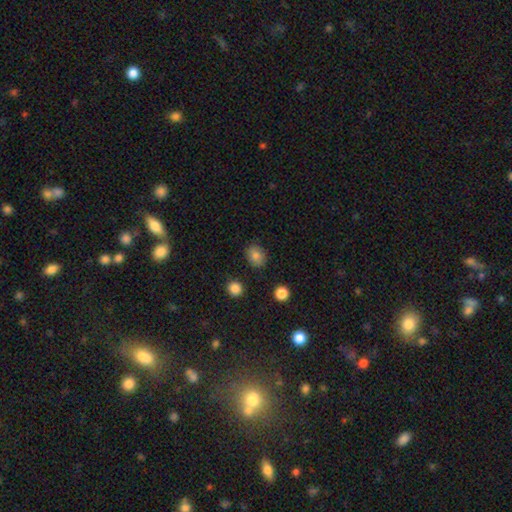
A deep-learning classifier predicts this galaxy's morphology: A smooth galaxy with no disk features (82%) that is round (56%). Merging: none (85%).